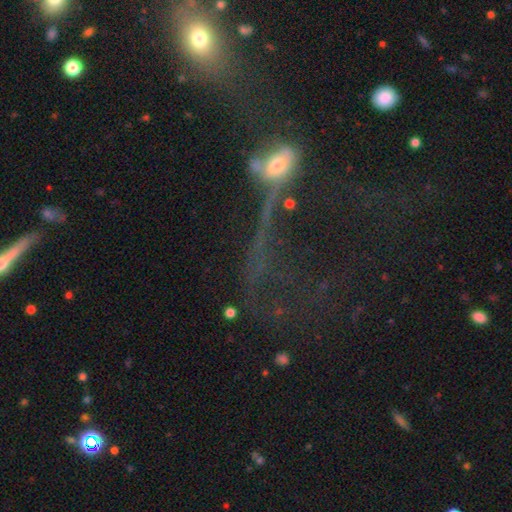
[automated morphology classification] featured or disk 40%, star or artifact 31%, smooth 29%. Down the decision tree: merging — major disturbance (38%).